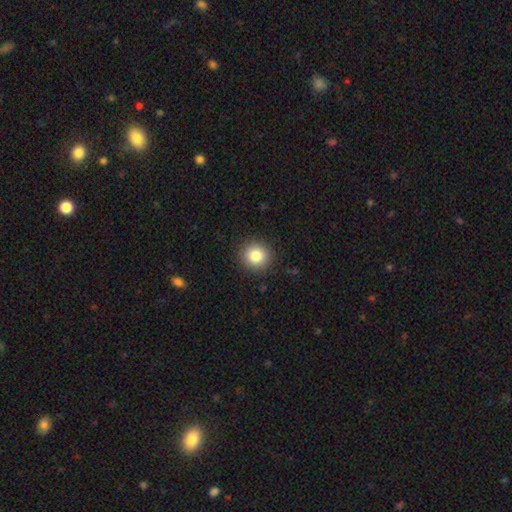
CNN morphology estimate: Smooth or featured? Predicted: smooth (p=0.84). How rounded? Predicted: round (p=0.90). Merging? Predicted: none (p=0.91).